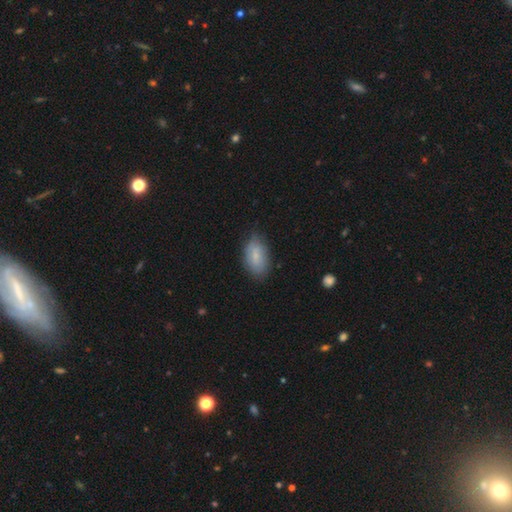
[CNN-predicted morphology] A smooth galaxy with no disk features (75%) that is in between round and cigar-shaped (93%). Merging: none (76%).